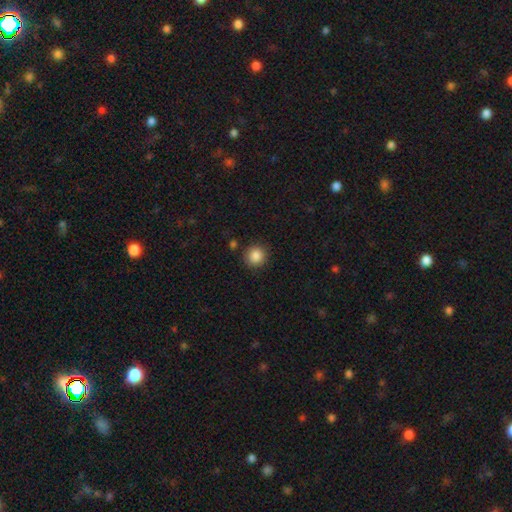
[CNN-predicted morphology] Smooth or featured? smooth (87%)
How rounded? round (93%)
Merging? none (89%)